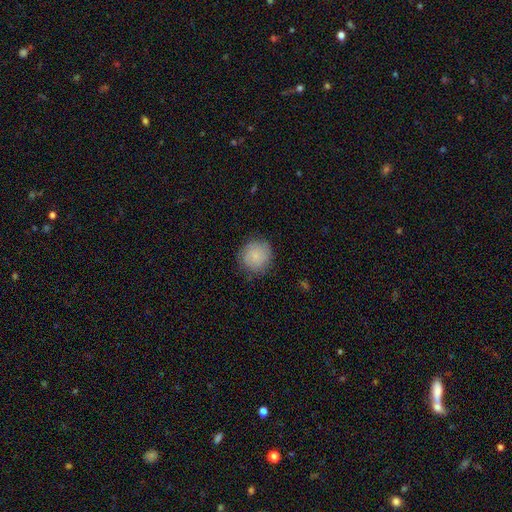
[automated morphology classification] A smooth galaxy with no disk features (77%) that is round (92%). Merging: none (82%).